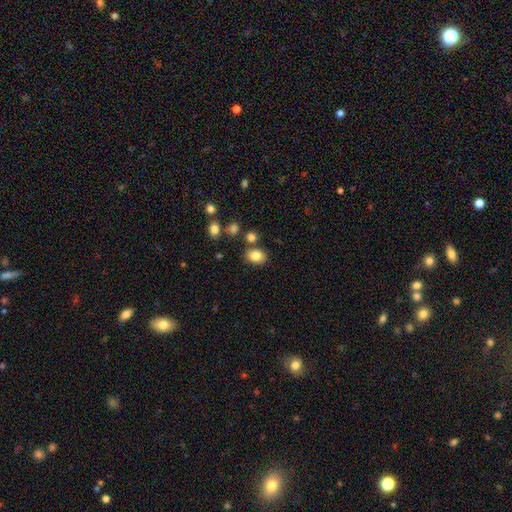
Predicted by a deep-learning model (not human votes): A smooth galaxy with no disk features (83%) that is in between round and cigar-shaped (70%). Merging: none (78%).